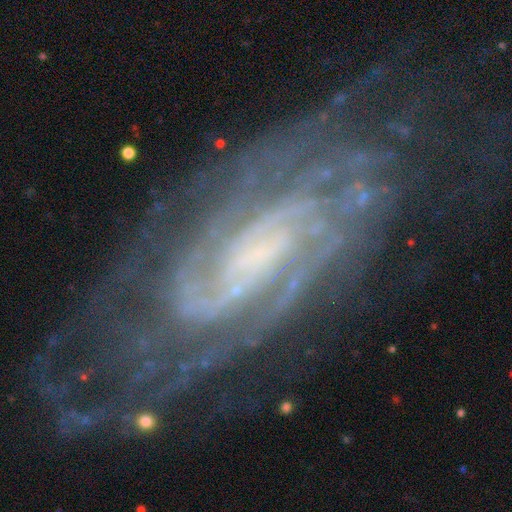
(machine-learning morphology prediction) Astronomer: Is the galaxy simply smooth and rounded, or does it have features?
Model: featured or disk — 90%.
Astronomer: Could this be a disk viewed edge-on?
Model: no — 95%.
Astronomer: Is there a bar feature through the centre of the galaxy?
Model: no — 42% (runner-up: weak, 39%).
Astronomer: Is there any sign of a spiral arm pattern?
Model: yes — 98%.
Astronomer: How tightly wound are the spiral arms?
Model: tight — 70%.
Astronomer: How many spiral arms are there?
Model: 2 — 43% (runner-up: can't tell, 21%).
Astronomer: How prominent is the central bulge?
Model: small — 51%.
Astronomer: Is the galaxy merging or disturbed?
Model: none — 71%.